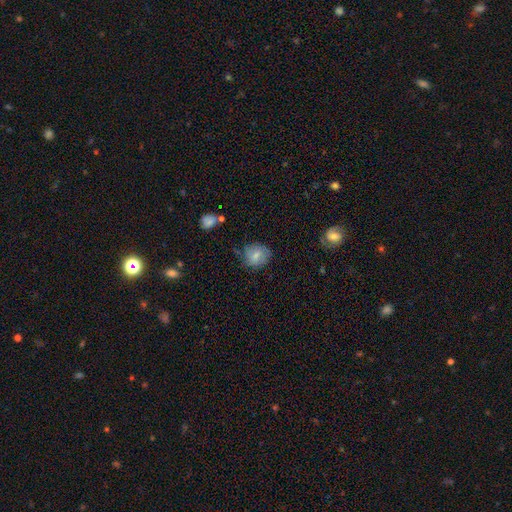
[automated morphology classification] This appears to be a smooth galaxy with no disk features (74%) that is round (70%). Merging: none (68%).